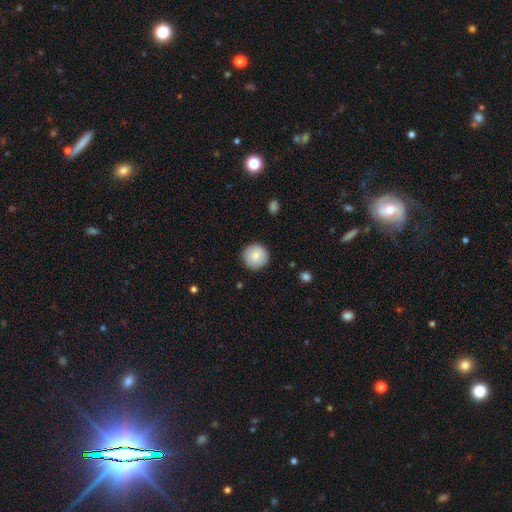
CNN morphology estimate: smooth 84%, featured or disk 9%, star or artifact 7%. Down the decision tree: how rounded — round (95%); merging — none (90%).